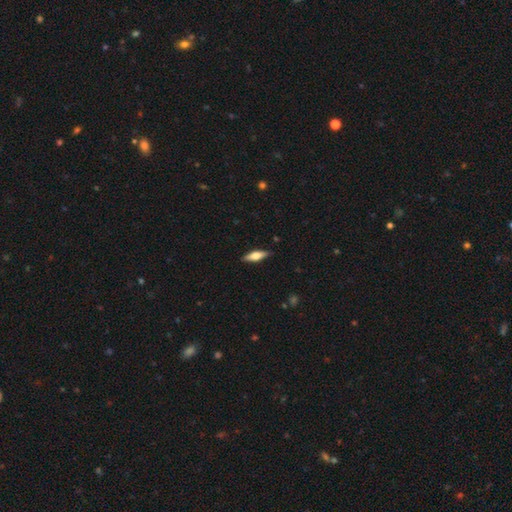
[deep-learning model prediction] This appears to be a smooth galaxy with no disk features (48%). Merging: none (88%).